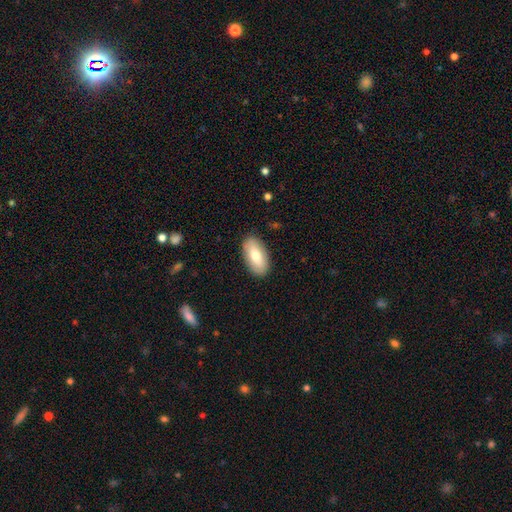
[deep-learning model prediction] Smooth or featured? smooth (75%)
How rounded? in between (93%)
Merging? none (88%)